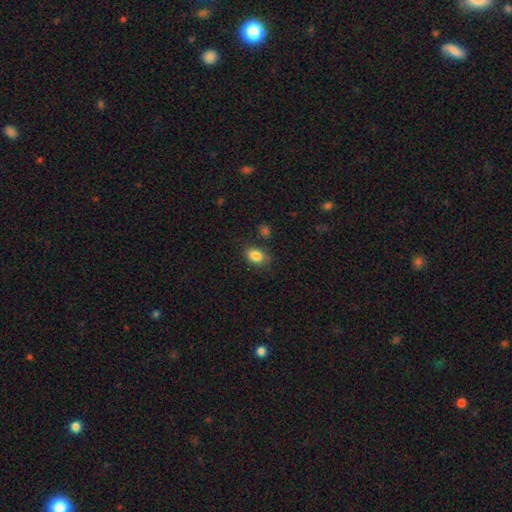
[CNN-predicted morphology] type=smooth (86%); roundness=in between (80%); merging=none (76%).